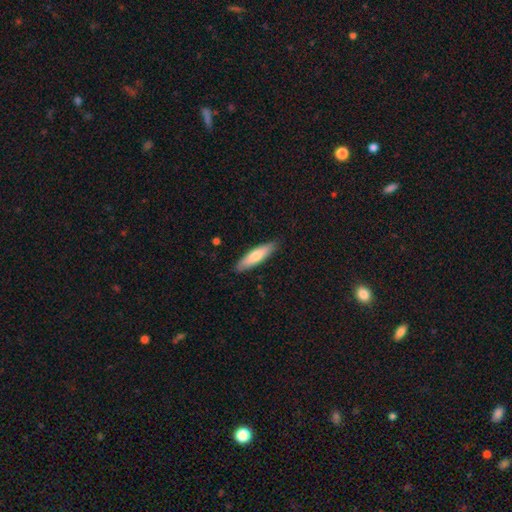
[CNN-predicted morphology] This appears to be a smooth galaxy with no disk features (71%) that is cigar-shaped (69%). Merging: none (89%).